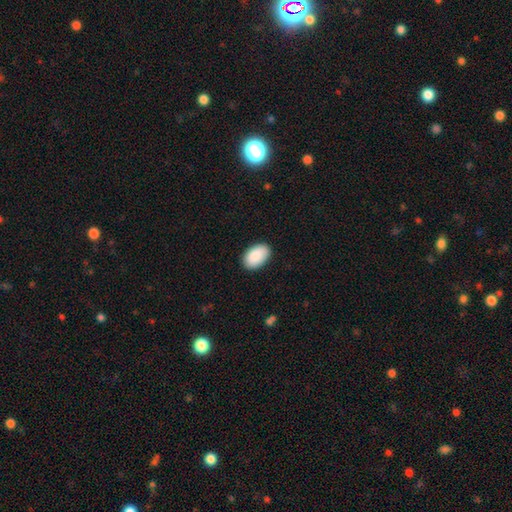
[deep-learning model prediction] smooth-or-featured: smooth: 89% | star or artifact: 6% | featured or disk: 5%
  how-rounded: in between: 93% | round: 6% | cigar-shaped: 1%
  merging: none: 88% | minor disturbance: 9% | major disturbance: 2% | merger: 1%